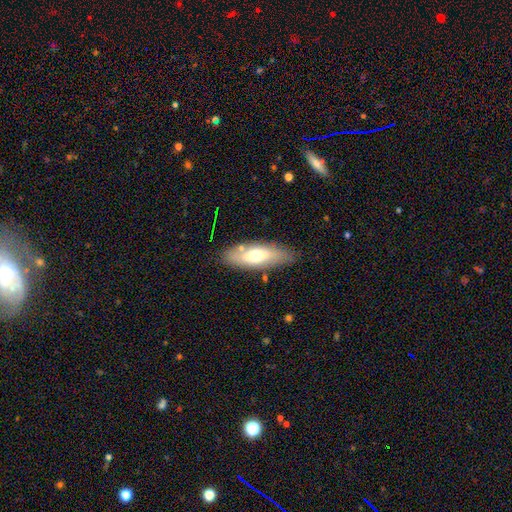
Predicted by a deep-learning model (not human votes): Smooth or featured?
  - smooth: 56% *
  - featured or disk: 37%
  - star or artifact: 7%
How rounded?
  - in between: 64% *
  - cigar-shaped: 34%
  - round: 2%
Merging?
  - none: 80% *
  - minor disturbance: 13%
  - merger: 4%
  - major disturbance: 3%